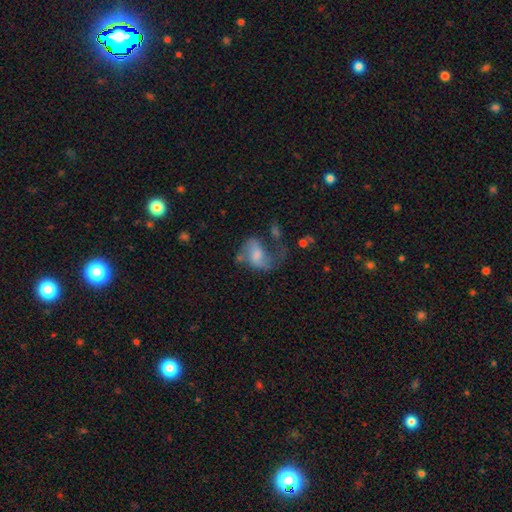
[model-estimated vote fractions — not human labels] This appears to be a featured or disk galaxy (61%) with no bar (46%), spiral arms (82%) and a moderate central bulge (37%). Merging: major disturbance (40%).